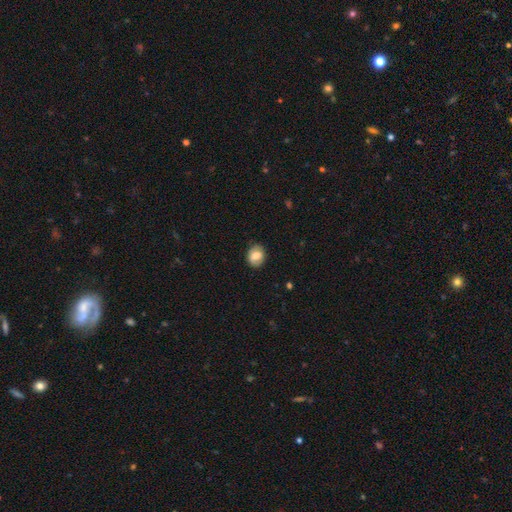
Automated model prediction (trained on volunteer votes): Q: Smooth or featured?
A: smooth (74%); runner-up: featured or disk (18%)
Q: How rounded?
A: round (50%); runner-up: in between (49%)
Q: Merging?
A: none (86%); runner-up: minor disturbance (11%)